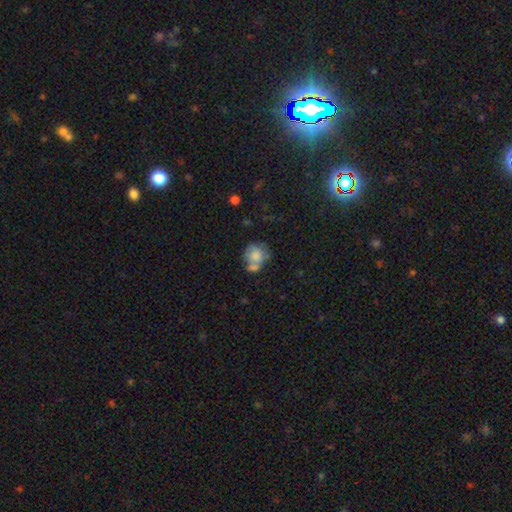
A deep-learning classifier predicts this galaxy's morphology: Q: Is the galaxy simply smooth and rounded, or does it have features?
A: smooth — 70%.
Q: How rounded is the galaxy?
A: round — 76%.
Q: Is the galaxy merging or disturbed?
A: none — 37%, tied with merger.